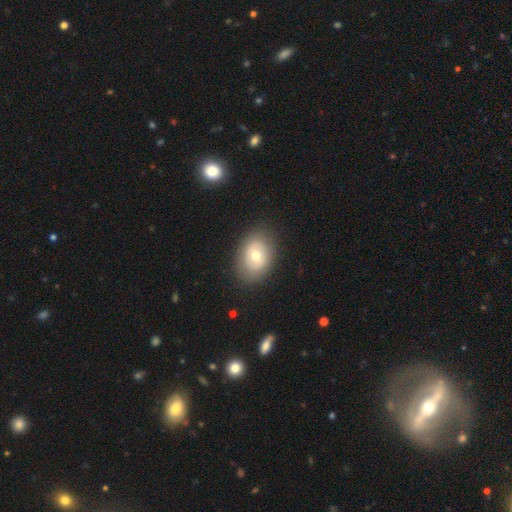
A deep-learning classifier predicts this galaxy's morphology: This is likely a smooth galaxy (64%). How rounded: likely in between (74%). Merging: clearly none (85%).